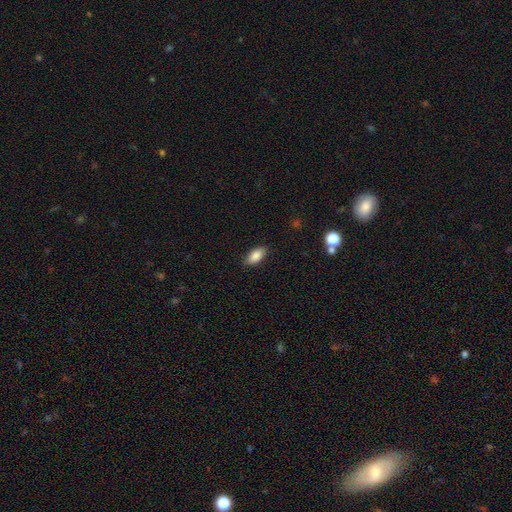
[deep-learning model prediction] smooth 87%, star or artifact 7%, featured or disk 6%. Down the decision tree: how rounded — in between (89%); merging — none (87%).